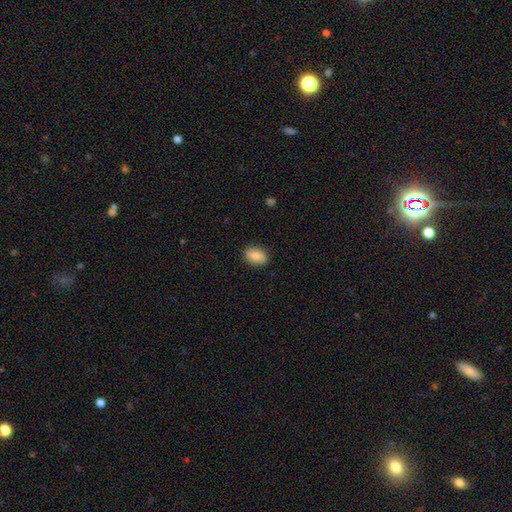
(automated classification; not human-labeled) This appears to be a smooth galaxy with no disk features (83%) that is in between round and cigar-shaped (83%). Merging: none (86%).